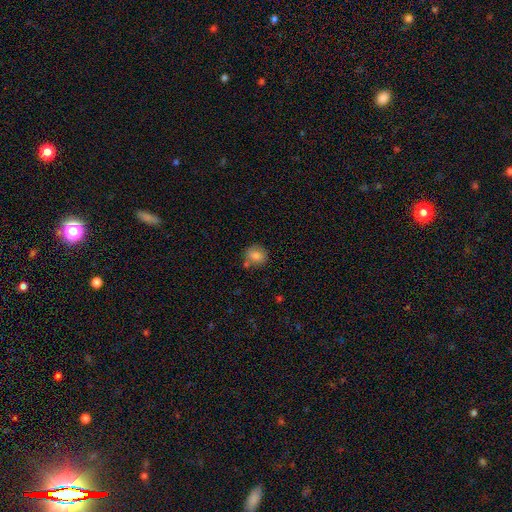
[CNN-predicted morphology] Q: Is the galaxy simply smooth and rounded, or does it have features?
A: smooth — 80%.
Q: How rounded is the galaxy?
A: round — 68%.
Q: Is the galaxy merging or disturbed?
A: none — 72%.